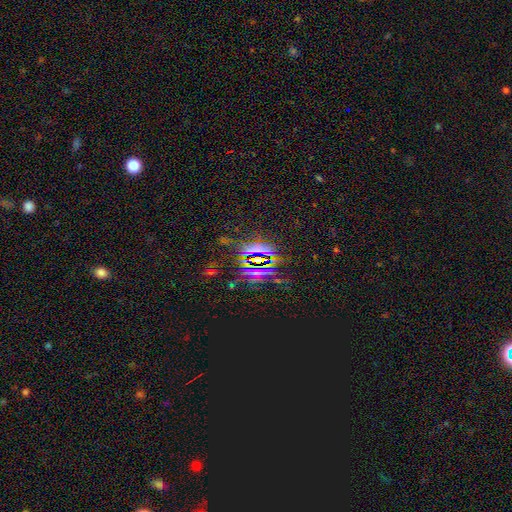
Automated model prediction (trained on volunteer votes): A star or artifact, not a galaxy (78%).

Vote fractions:
- Smooth or featured? star or artifact: 78% / smooth: 12% / featured or disk: 10%